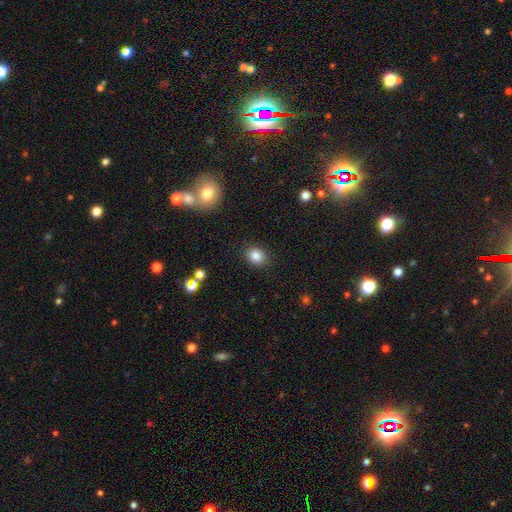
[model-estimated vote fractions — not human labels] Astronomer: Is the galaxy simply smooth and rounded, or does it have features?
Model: smooth — 85%.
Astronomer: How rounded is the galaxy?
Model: round — 60% (runner-up: in between, 39%).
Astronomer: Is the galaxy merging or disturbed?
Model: none — 87%.